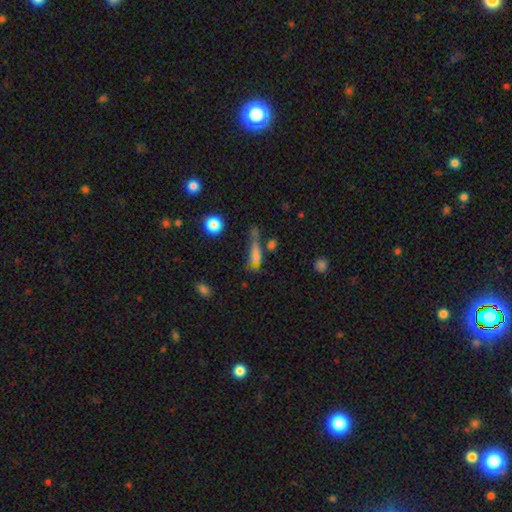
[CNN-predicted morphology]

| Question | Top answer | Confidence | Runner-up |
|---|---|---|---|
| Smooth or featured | smooth | 55% | featured or disk (27%) |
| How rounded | cigar-shaped | 63% | in between (29%) |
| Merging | none | 37% | major disturbance (25%) |